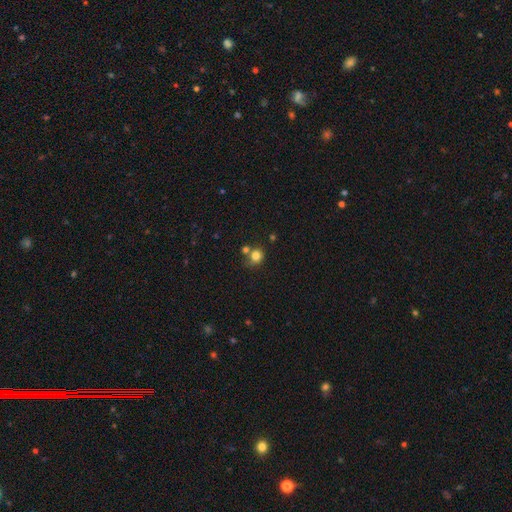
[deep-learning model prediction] Morphology: type=smooth (81%); roundness=round (79%); merging=none (56%).